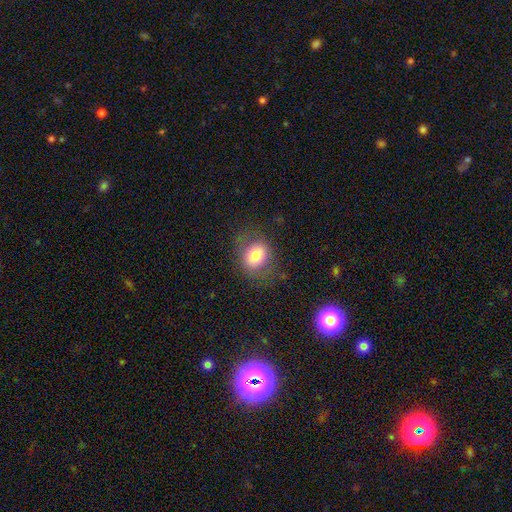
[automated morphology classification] A smooth galaxy with no disk features (77%) that is round (53%).

Vote fractions:
- Smooth or featured? smooth: 77% / featured or disk: 13% / star or artifact: 9%
- How rounded? round: 53% / in between: 46% / cigar-shaped: 1%
- Merging? none: 74% / minor disturbance: 16% / major disturbance: 9% / merger: 1%